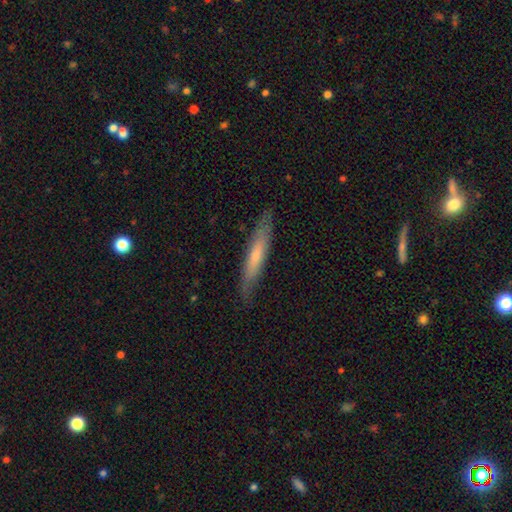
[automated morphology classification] Smooth or featured? smooth (52%)
How rounded? cigar-shaped (91%)
Merging? none (84%)